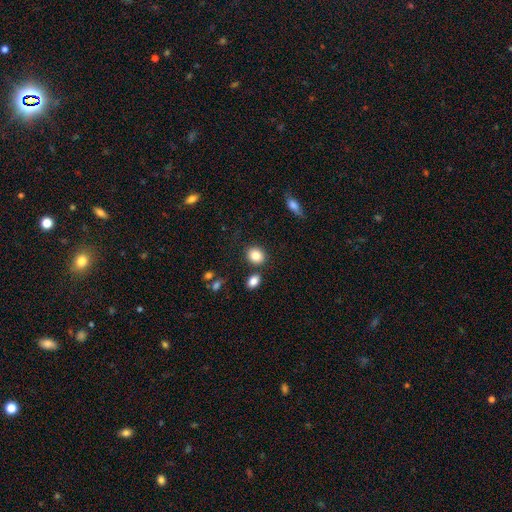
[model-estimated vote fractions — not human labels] This is clearly a smooth galaxy (85%). How rounded: likely round (63%). Merging: likely none (78%).